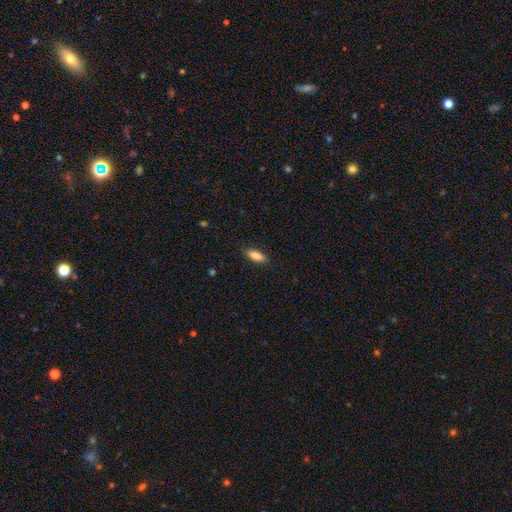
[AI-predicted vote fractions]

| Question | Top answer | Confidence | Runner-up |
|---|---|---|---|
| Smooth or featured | smooth | 85% | featured or disk (8%) |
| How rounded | in between | 72% | cigar-shaped (26%) |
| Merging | none | 87% | minor disturbance (10%) |